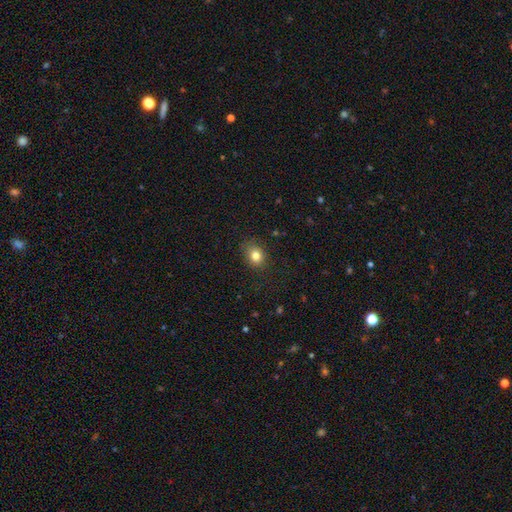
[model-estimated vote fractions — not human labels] Smooth or featured?
  - smooth: 82% *
  - star or artifact: 11%
  - featured or disk: 7%
How rounded?
  - round: 54% *
  - in between: 45%
  - cigar-shaped: 1%
Merging?
  - none: 81% *
  - minor disturbance: 14%
  - major disturbance: 4%
  - merger: 1%